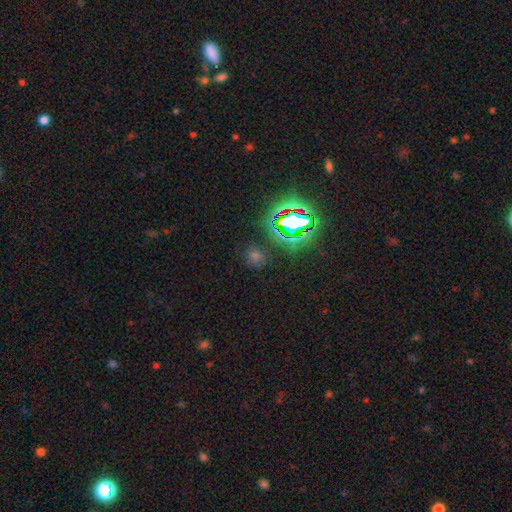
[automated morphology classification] A star or artifact, not a galaxy (55%).

Vote fractions:
- Smooth or featured? star or artifact: 55% / smooth: 37% / featured or disk: 8%